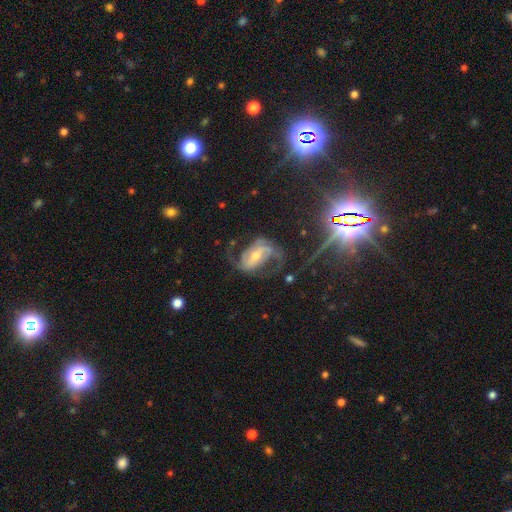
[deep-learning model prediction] Morphology: type=featured or disk (83%); edge-on=no (97%); bar=strong (45%); spiral arms=yes (95%); winding=medium (48%); arm count=2 (80%); bulge=moderate (51%); merging=none (57%).